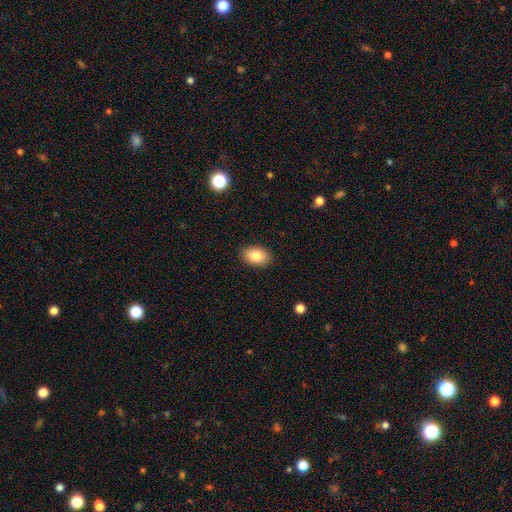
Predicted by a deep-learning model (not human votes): Q: Smooth or featured?
A: smooth (83%); runner-up: featured or disk (9%)
Q: How rounded?
A: in between (86%); runner-up: round (12%)
Q: Merging?
A: none (89%); runner-up: minor disturbance (8%)